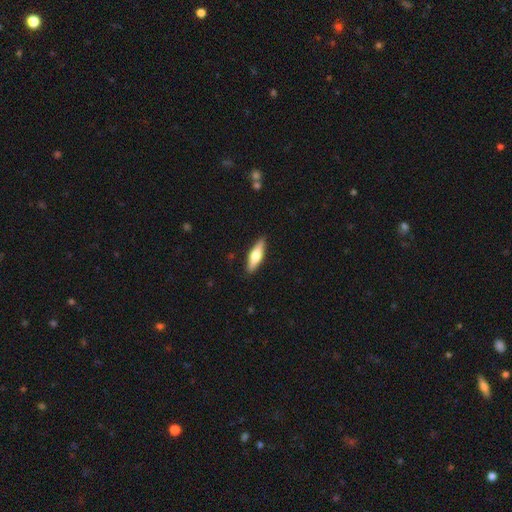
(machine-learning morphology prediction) Smooth or featured: smooth — 53% (featured or disk — 42%)
How rounded: cigar-shaped — 60% (in between — 38%)
Merging: none — 89% (minor disturbance — 8%)